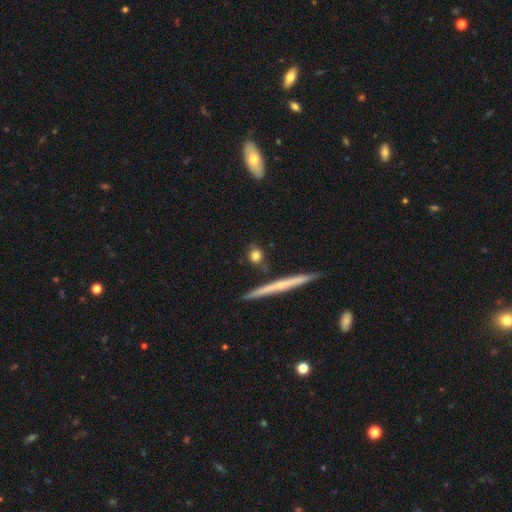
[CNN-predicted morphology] Smooth or featured? Predicted: smooth (p=0.75). How rounded? Predicted: round (p=0.68). Merging? Predicted: none (p=0.80).